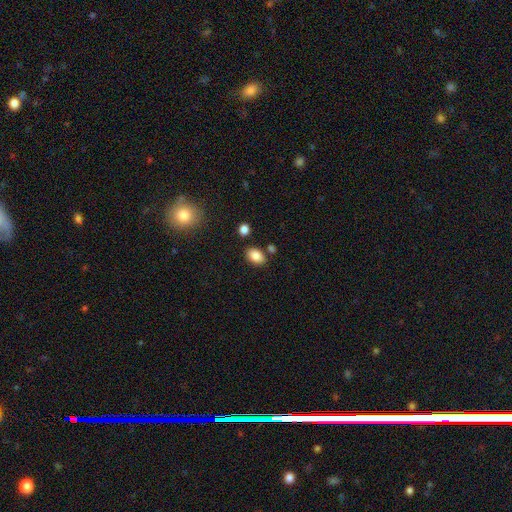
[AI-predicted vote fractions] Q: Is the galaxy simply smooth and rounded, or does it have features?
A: smooth — 85%.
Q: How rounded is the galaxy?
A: in between — 85%.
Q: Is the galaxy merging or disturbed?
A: none — 79%.